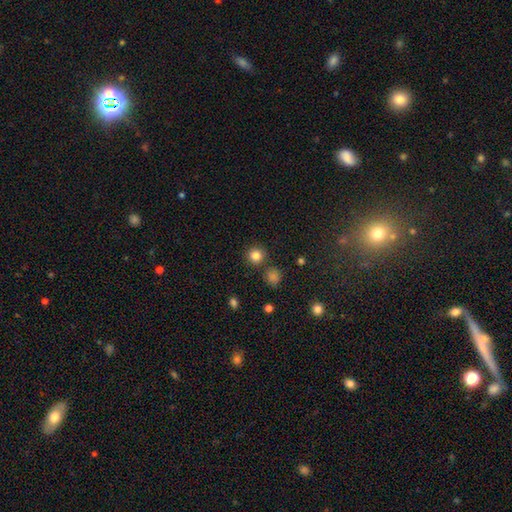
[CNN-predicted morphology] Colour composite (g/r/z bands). It shows a smooth galaxy with no disk features (83%) that is round (92%). Merging: none (84%).